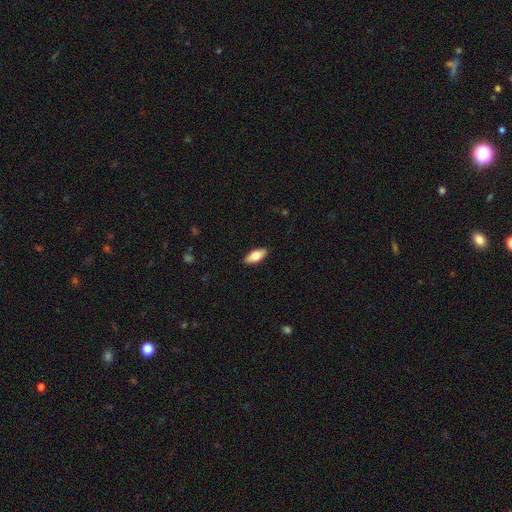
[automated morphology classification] Q: Smooth or featured?
A: smooth (74%); runner-up: featured or disk (20%)
Q: How rounded?
A: in between (84%); runner-up: cigar-shaped (13%)
Q: Merging?
A: none (90%); runner-up: minor disturbance (8%)